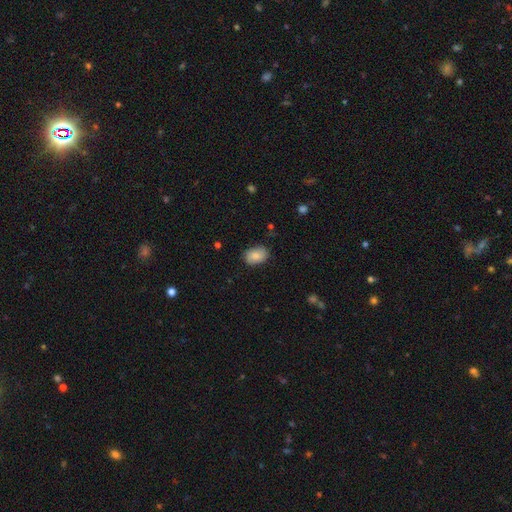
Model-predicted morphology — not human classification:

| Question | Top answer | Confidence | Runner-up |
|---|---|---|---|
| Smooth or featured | smooth | 84% | featured or disk (9%) |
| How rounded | in between | 81% | round (18%) |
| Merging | none | 82% | minor disturbance (14%) |